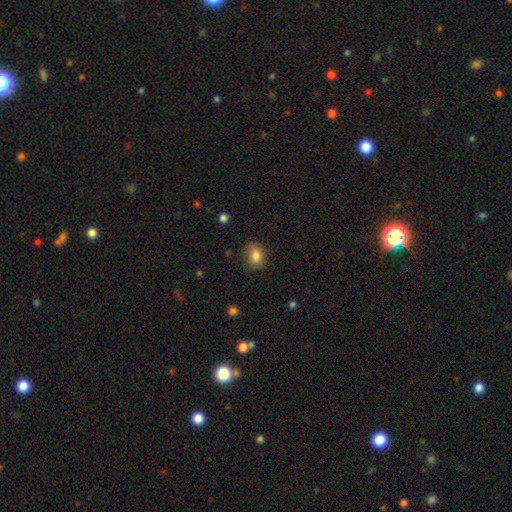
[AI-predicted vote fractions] The model was most divided on "how rounded": in between: 59%, round: 40%, cigar-shaped: 1%. More confident: smooth or featured — smooth (83%); merging — none (67%).